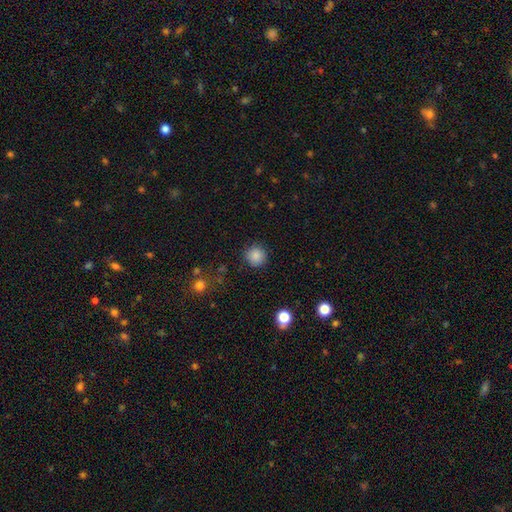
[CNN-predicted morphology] This appears to be a smooth galaxy with no disk features (86%) that is round (94%). Merging: none (89%).